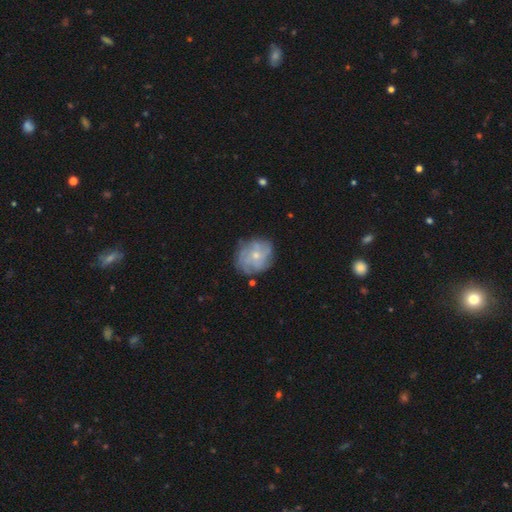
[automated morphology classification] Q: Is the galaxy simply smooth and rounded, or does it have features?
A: featured or disk — 66%.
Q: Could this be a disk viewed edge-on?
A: no — 97%.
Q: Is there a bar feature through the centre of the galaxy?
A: no — 81%.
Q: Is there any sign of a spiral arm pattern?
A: yes — 80%.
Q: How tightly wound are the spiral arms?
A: tight — 54%.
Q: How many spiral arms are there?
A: can't tell — 47%.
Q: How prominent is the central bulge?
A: small — 62%.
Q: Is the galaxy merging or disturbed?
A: none — 74%.